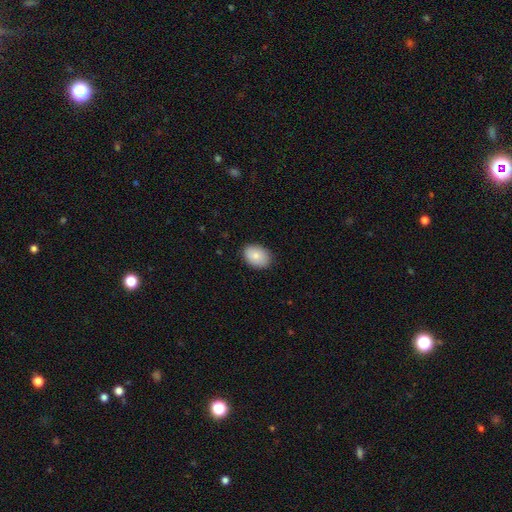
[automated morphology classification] A smooth galaxy with no disk features (85%) that is in between round and cigar-shaped (77%). Merging: none (87%).